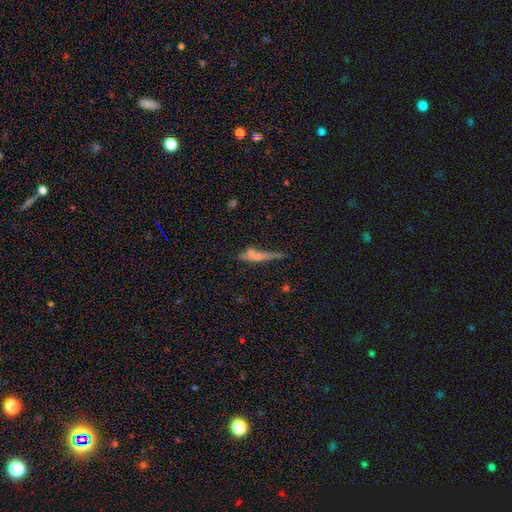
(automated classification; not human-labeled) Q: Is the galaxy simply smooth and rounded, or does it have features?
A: smooth — 53%.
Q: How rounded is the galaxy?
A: cigar-shaped — 77%.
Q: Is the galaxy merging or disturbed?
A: none — 39%.